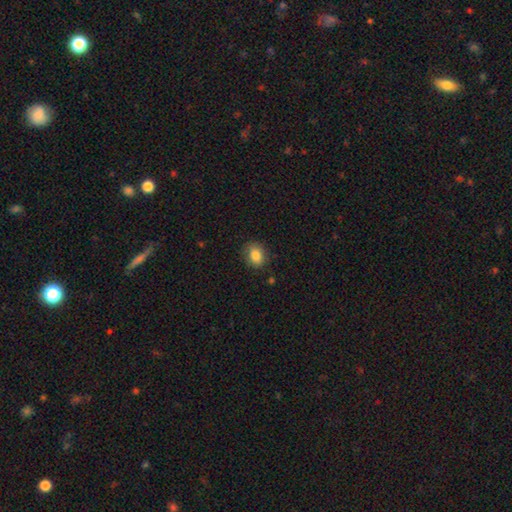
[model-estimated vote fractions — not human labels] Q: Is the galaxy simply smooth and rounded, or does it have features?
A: smooth — 85%.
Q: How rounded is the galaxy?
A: in between — 56%.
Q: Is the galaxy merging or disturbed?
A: none — 80%.